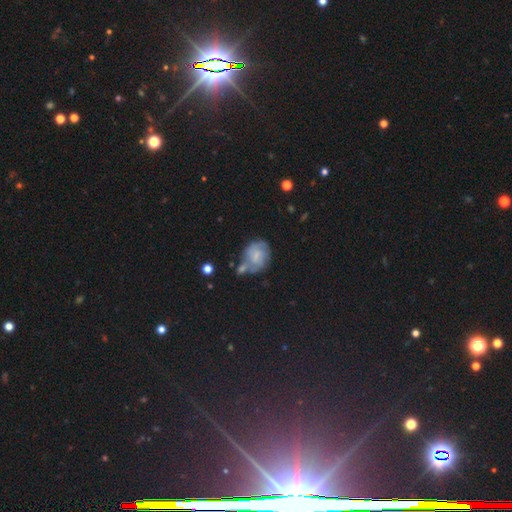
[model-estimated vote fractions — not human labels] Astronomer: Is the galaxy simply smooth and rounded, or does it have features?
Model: smooth — 51% (runner-up: featured or disk, 40%).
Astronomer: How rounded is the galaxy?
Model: in between — 49%, tied with round at 49%.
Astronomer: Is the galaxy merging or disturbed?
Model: none — 40% (runner-up: minor disturbance, 25%).